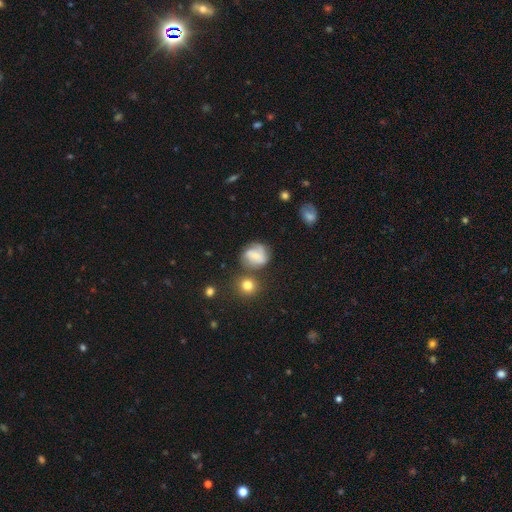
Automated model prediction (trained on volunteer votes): Q: Smooth or featured?
A: featured or disk (46%); runner-up: smooth (44%)
Q: Merging?
A: none (59%); runner-up: minor disturbance (21%)